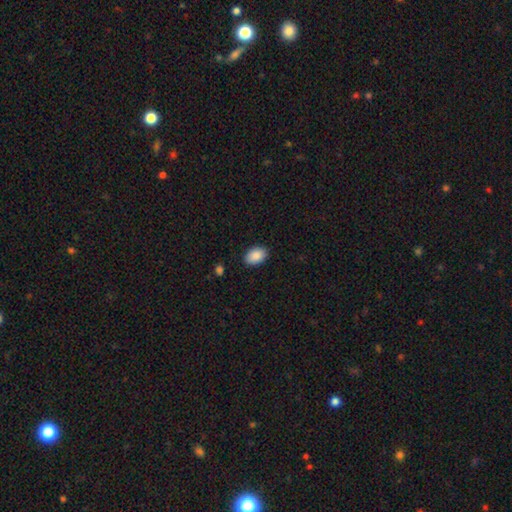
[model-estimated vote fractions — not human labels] smooth 89%, star or artifact 7%, featured or disk 4%. Down the decision tree: how rounded — in between (89%); merging — none (88%).